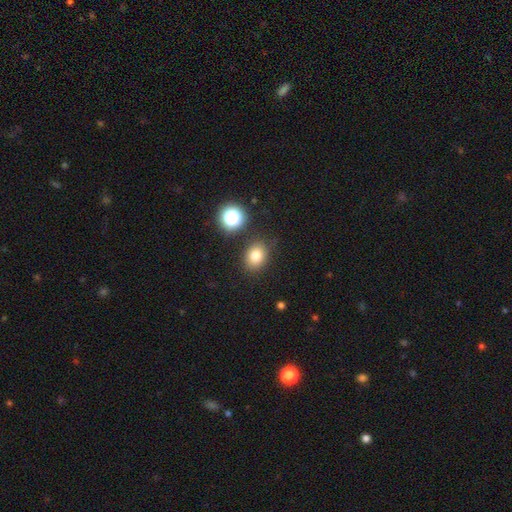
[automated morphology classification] A smooth galaxy with no disk features (79%) that is in between round and cigar-shaped (55%). Merging: none (82%).